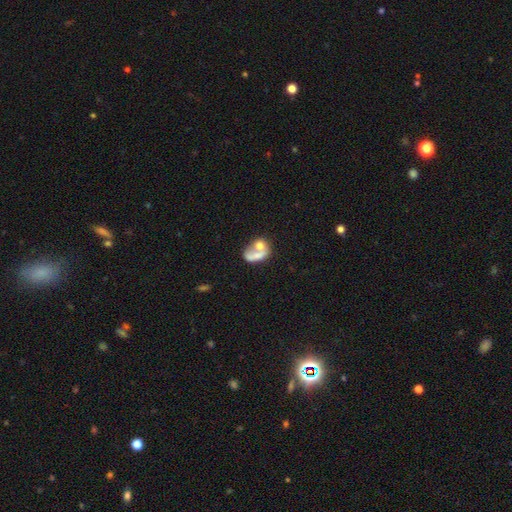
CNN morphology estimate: smooth 55%, featured or disk 35%, star or artifact 10%. Down the decision tree: how rounded — in between (71%); merging — merger (55%).